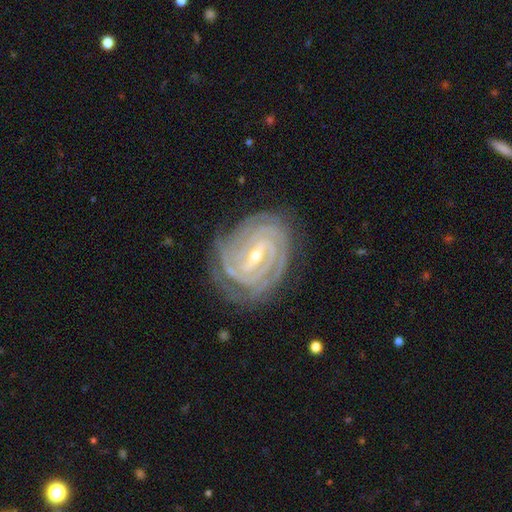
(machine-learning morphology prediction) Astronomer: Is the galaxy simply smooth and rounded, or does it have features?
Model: featured or disk — 92%.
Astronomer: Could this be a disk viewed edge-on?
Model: no — 97%.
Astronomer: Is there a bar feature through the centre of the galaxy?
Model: strong — 54% (runner-up: weak, 36%).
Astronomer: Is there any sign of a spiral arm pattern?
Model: yes — 98%.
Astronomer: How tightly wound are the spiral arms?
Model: tight — 86%.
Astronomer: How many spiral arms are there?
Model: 3 — 26% (runner-up: 2, 24%).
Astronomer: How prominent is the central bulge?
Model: small — 58% (runner-up: moderate, 39%).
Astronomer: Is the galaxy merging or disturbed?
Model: none — 78%.